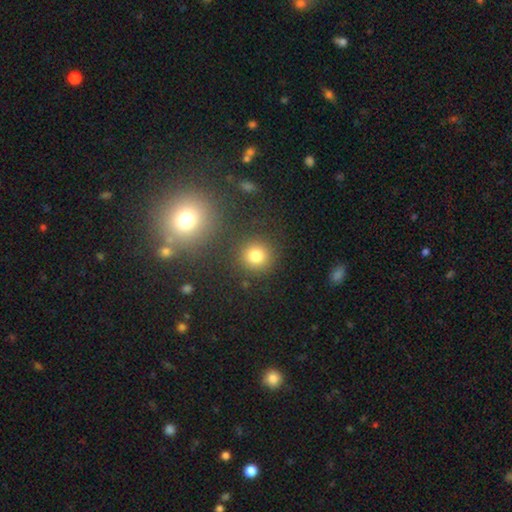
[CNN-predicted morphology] A smooth galaxy with no disk features (80%) that is round (91%). Merging: none (86%).